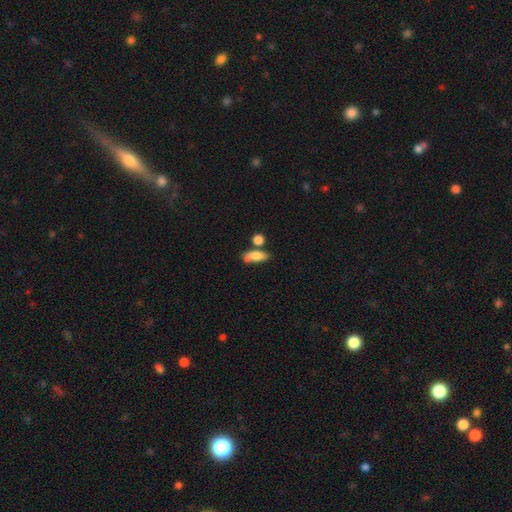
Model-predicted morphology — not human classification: smooth_or_featured: smooth (p=0.76) [alt: featured or disk p=0.15]
how_rounded: in between (p=0.70) [alt: cigar-shaped p=0.23]
merging: none (p=0.50) [alt: merger p=0.22]